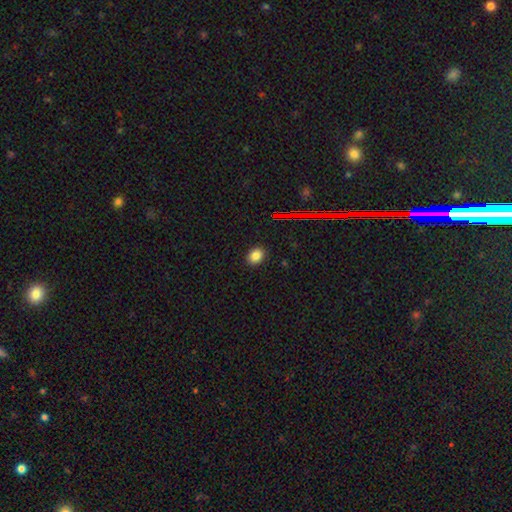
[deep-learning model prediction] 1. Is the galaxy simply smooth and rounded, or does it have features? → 82% smooth, 13% star or artifact, 6% featured or disk.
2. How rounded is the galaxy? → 50% in between, 49% round, 1% cigar-shaped.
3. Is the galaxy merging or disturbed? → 90% none, 7% minor disturbance, 2% major disturbance, 1% merger.